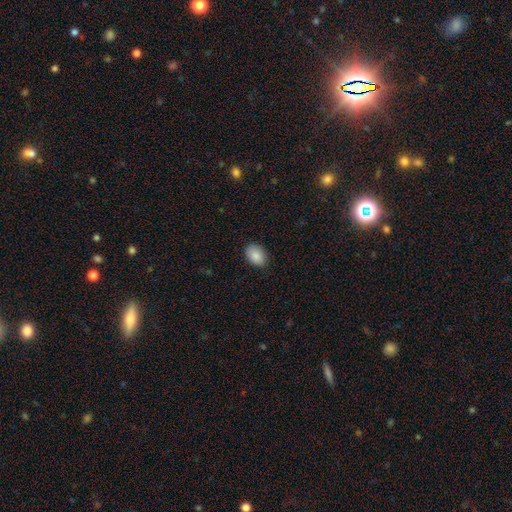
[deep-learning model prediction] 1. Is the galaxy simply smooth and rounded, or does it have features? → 89% smooth, 7% star or artifact, 4% featured or disk.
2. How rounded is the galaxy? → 81% in between, 18% round, 1% cigar-shaped.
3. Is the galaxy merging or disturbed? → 87% none, 10% minor disturbance, 2% major disturbance, 1% merger.